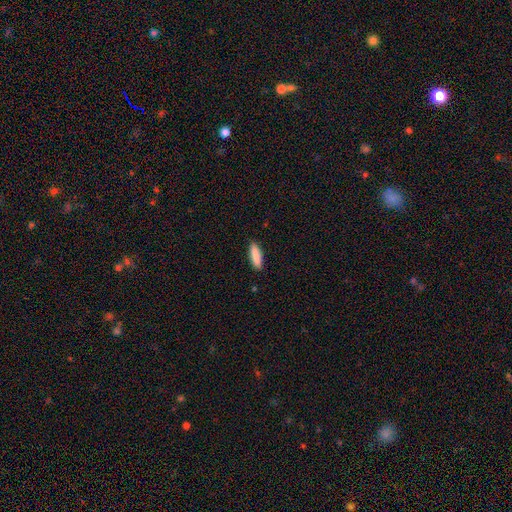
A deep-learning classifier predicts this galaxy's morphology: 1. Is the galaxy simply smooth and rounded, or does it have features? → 88% smooth, 6% featured or disk, 6% star or artifact.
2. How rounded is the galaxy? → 64% cigar-shaped, 35% in between, 1% round.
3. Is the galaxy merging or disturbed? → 90% none, 8% minor disturbance, 2% major disturbance, 1% merger.